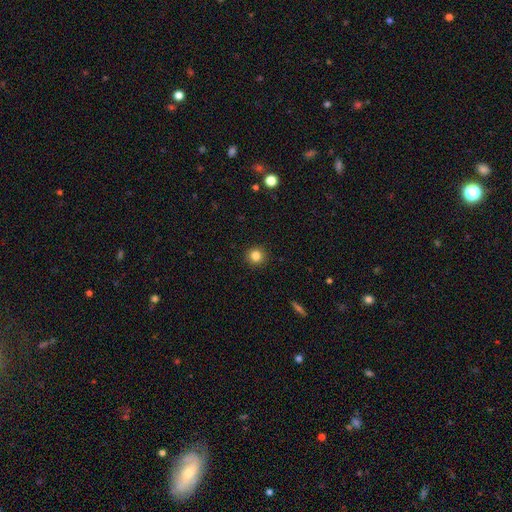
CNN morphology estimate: smooth-or-featured: smooth: 84% | star or artifact: 11% | featured or disk: 5%
  how-rounded: round: 93% | in between: 6% | cigar-shaped: 1%
  merging: none: 92% | minor disturbance: 5% | major disturbance: 2% | merger: 1%